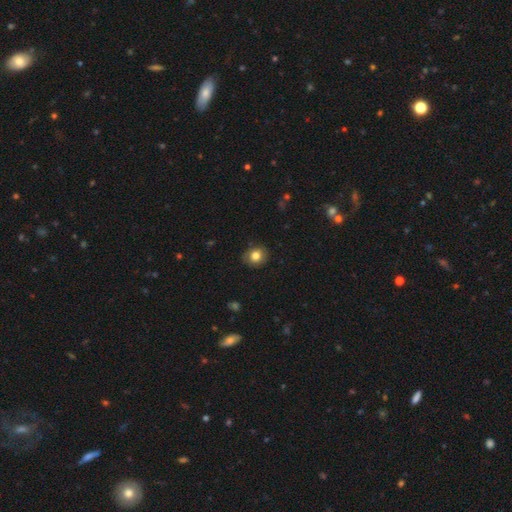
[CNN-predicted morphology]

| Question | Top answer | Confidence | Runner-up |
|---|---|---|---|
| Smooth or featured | smooth | 80% | featured or disk (10%) |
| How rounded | round | 77% | in between (22%) |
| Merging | none | 84% | minor disturbance (13%) |